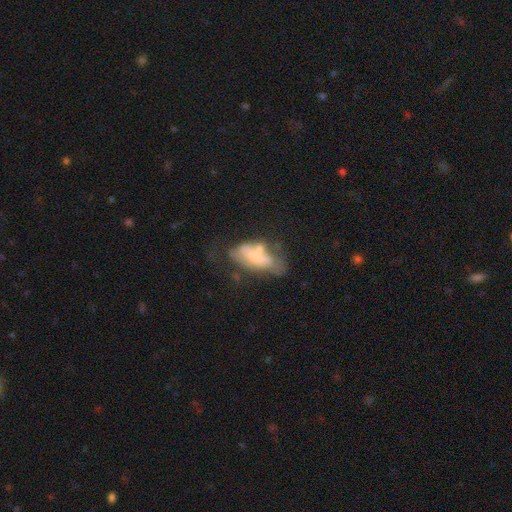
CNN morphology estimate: smooth 50%, featured or disk 42%, star or artifact 9%. Down the decision tree: merging — none (28%).